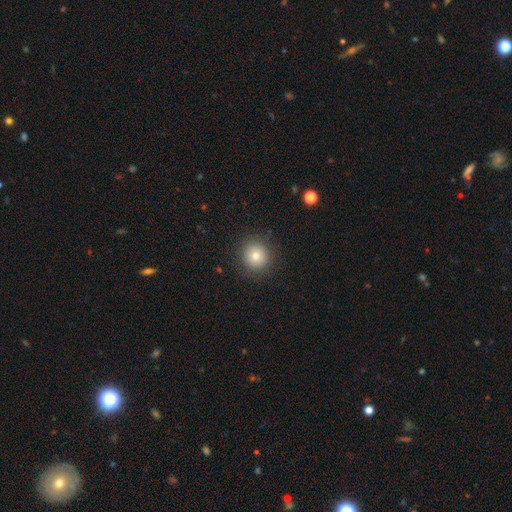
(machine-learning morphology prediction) Q: Smooth or featured?
A: smooth (79%); runner-up: star or artifact (12%)
Q: How rounded?
A: round (91%); runner-up: in between (8%)
Q: Merging?
A: none (89%); runner-up: minor disturbance (7%)